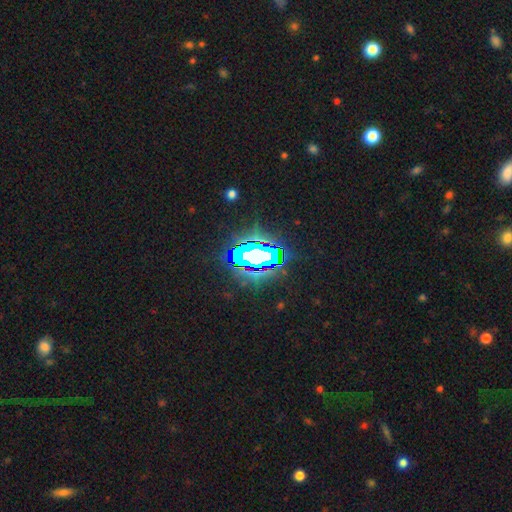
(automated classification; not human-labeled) star or artifact 69%, featured or disk 16%, smooth 15%.